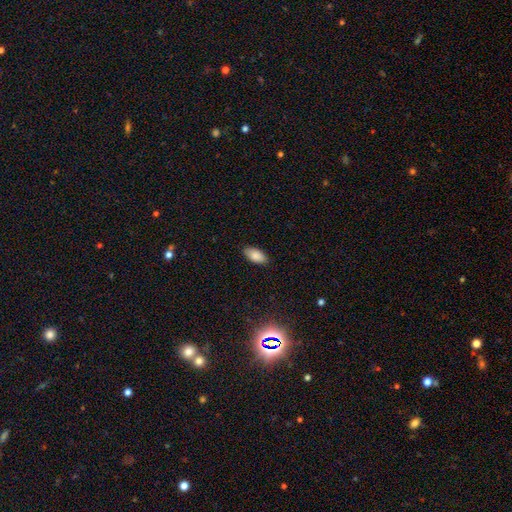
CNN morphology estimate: Smooth or featured?
  - smooth: 86% *
  - star or artifact: 8%
  - featured or disk: 6%
How rounded?
  - in between: 93% *
  - cigar-shaped: 5%
  - round: 3%
Merging?
  - none: 86% *
  - minor disturbance: 11%
  - major disturbance: 2%
  - merger: 1%